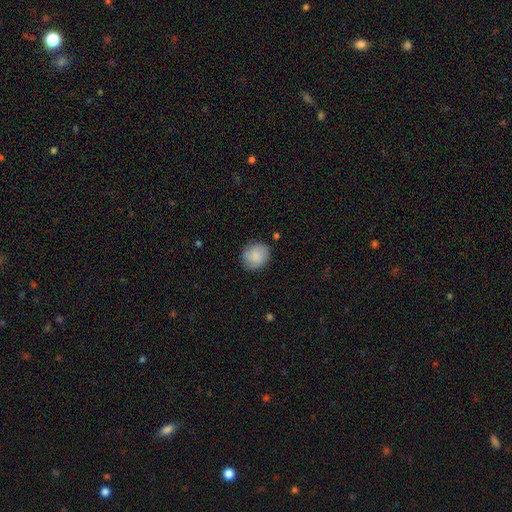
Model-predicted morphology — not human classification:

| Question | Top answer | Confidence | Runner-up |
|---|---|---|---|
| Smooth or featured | smooth | 71% | featured or disk (22%) |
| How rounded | round | 78% | in between (21%) |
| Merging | none | 80% | minor disturbance (14%) |